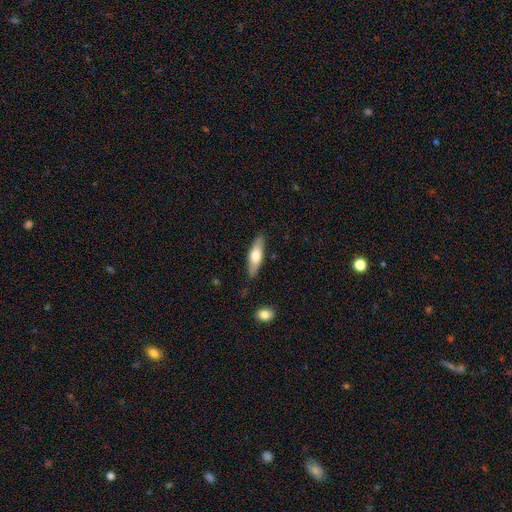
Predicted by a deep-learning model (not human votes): Smooth or featured? Predicted: smooth (p=0.55). How rounded? Predicted: cigar-shaped (p=0.58). Merging? Predicted: none (p=0.85).